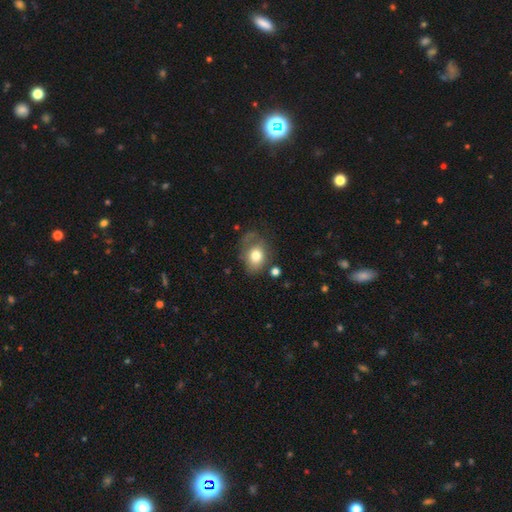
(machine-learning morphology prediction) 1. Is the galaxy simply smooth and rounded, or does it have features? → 74% smooth, 18% featured or disk, 9% star or artifact.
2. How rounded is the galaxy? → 59% in between, 40% round, 1% cigar-shaped.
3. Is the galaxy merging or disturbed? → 48% none, 28% minor disturbance, 19% major disturbance, 5% merger.